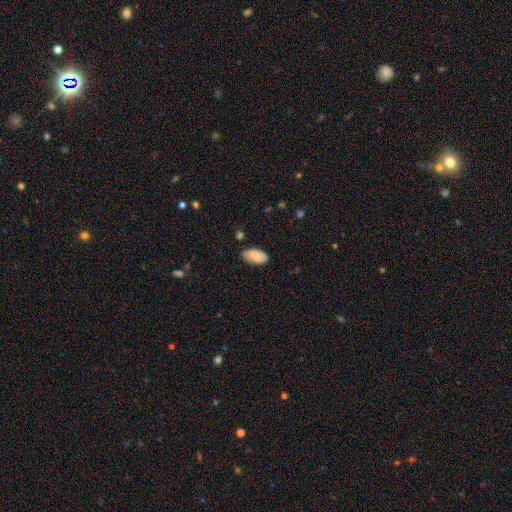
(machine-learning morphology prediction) This is likely a smooth galaxy (78%). How rounded: clearly in between (95%). Merging: likely none (77%).